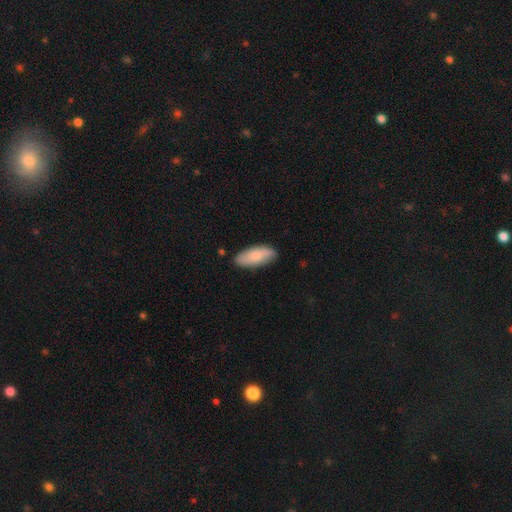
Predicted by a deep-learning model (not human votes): smooth-or-featured: smooth: 78% | featured or disk: 16% | star or artifact: 6%
  how-rounded: in between: 82% | cigar-shaped: 16% | round: 2%
  merging: none: 81% | minor disturbance: 15% | major disturbance: 2% | merger: 2%